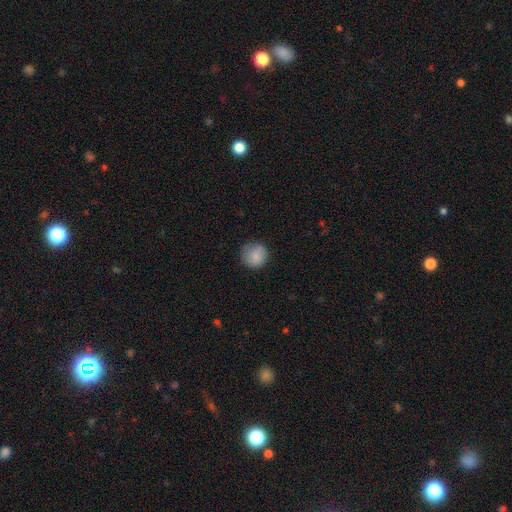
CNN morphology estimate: Smooth or featured?
  - smooth: 85% *
  - star or artifact: 8%
  - featured or disk: 7%
How rounded?
  - round: 92% *
  - in between: 7%
  - cigar-shaped: 1%
Merging?
  - none: 80% *
  - minor disturbance: 15%
  - major disturbance: 4%
  - merger: 1%